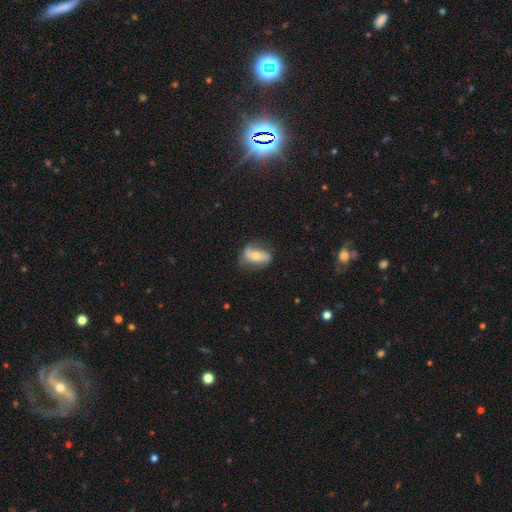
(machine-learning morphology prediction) A featured or disk galaxy (50%).

Vote fractions:
- Smooth or featured? featured or disk: 50% / smooth: 43% / star or artifact: 7%
- Merging? none: 62% / minor disturbance: 26% / major disturbance: 10% / merger: 2%